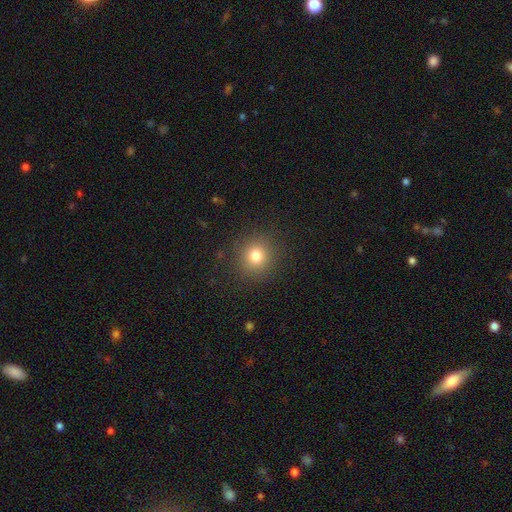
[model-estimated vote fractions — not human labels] This appears to be a smooth galaxy with no disk features (78%) that is round (91%). Merging: none (89%).